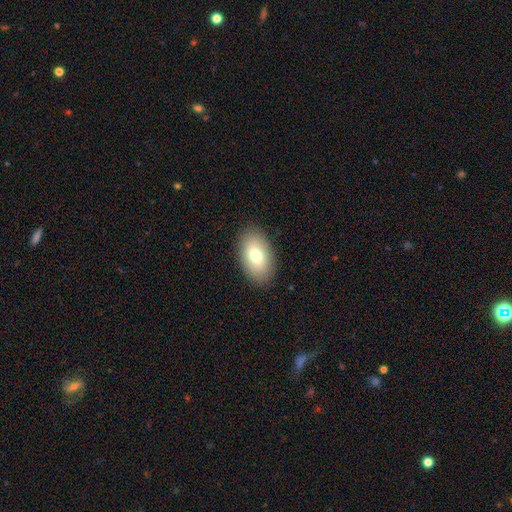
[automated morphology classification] smooth_or_featured: smooth (p=0.75) [alt: featured or disk p=0.17]
how_rounded: in between (p=0.93) [alt: round p=0.05]
merging: none (p=0.88) [alt: minor disturbance p=0.08]